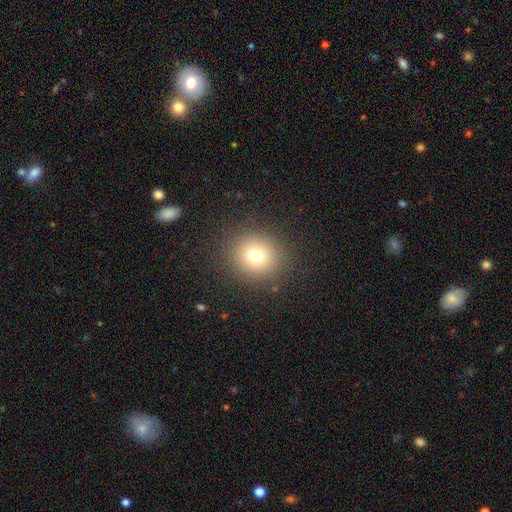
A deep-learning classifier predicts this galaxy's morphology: type=smooth (74%); roundness=round (87%); merging=none (88%).